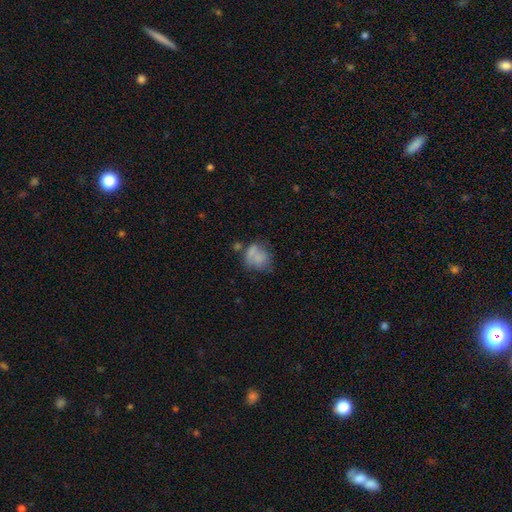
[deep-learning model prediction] A smooth galaxy with no disk features (69%) that is round (59%). Merging: none (40%).